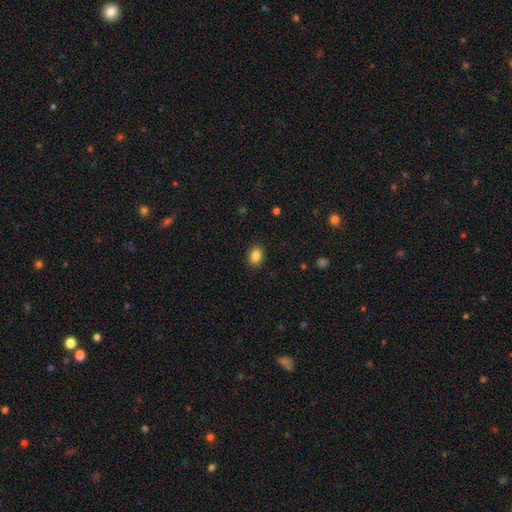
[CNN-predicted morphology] A smooth galaxy with no disk features (86%) that is in between round and cigar-shaped (69%).

Vote fractions:
- Smooth or featured? smooth: 86% / star or artifact: 9% / featured or disk: 5%
- How rounded? in between: 69% / round: 30% / cigar-shaped: 1%
- Merging? none: 89% / minor disturbance: 8% / major disturbance: 2% / merger: 1%